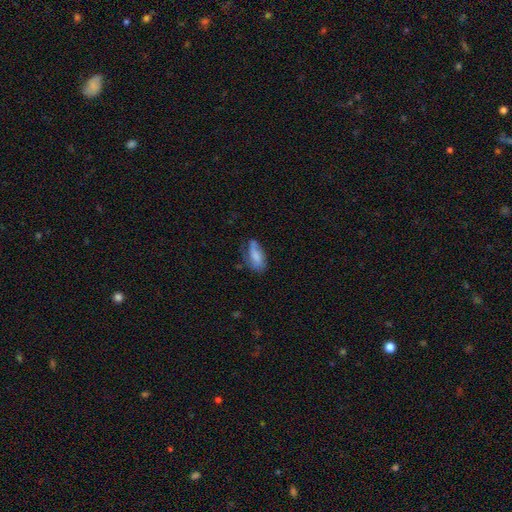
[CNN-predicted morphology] Smooth or featured?
  - smooth: 70% *
  - featured or disk: 23%
  - star or artifact: 7%
How rounded?
  - in between: 85% *
  - cigar-shaped: 12%
  - round: 3%
Merging?
  - none: 50% *
  - minor disturbance: 33%
  - major disturbance: 14%
  - merger: 3%